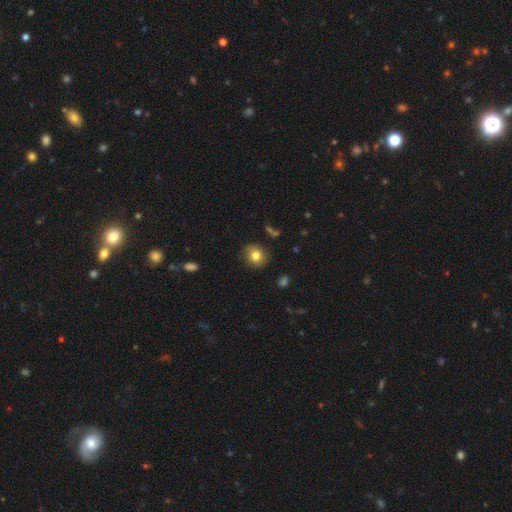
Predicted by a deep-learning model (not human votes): The model was most divided on "how rounded": round: 78%, in between: 21%, cigar-shaped: 1%. More confident: merging — none (86%); smooth or featured — smooth (80%).